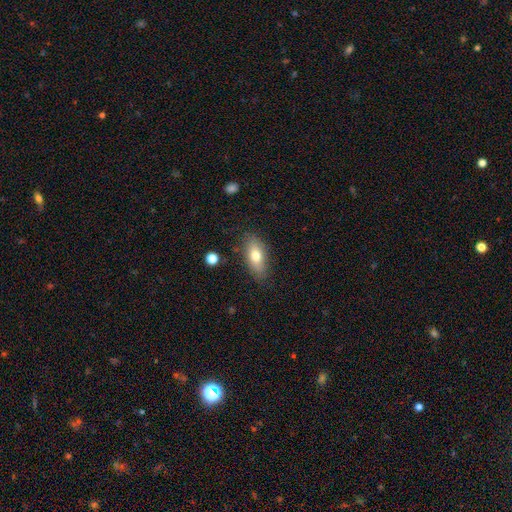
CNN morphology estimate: The model was most divided on "smooth or featured": smooth: 73%, featured or disk: 20%, star or artifact: 7%. More confident: how rounded — in between (84%); merging — none (81%).